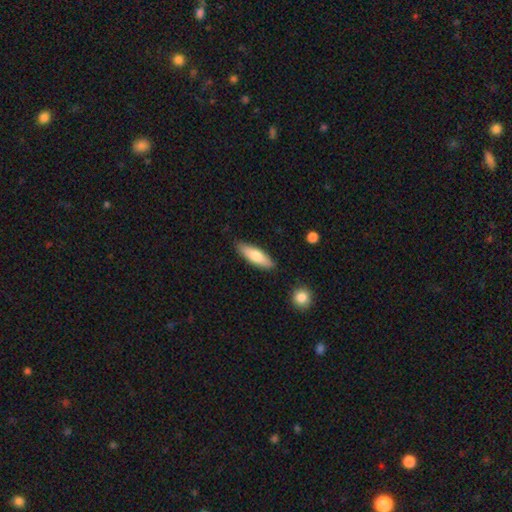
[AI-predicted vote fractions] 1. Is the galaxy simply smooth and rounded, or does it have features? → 72% smooth, 22% featured or disk, 5% star or artifact.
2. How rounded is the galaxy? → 50% in between, 49% cigar-shaped, 2% round.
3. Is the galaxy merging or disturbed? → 85% none, 11% minor disturbance, 2% merger, 2% major disturbance.